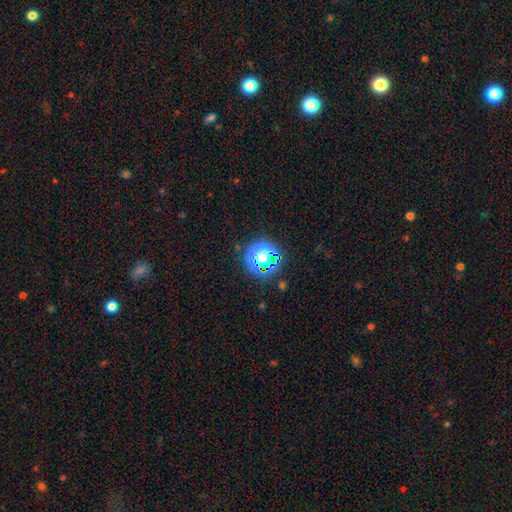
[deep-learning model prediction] Smooth or featured?
  - star or artifact: 46% *
  - smooth: 45%
  - featured or disk: 10%